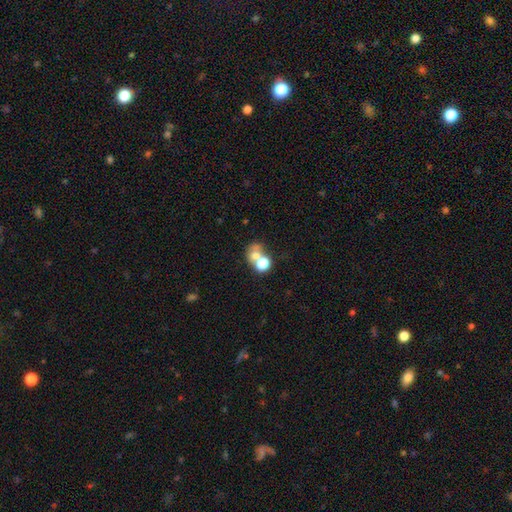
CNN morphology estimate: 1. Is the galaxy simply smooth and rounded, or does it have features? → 65% smooth, 20% featured or disk, 15% star or artifact.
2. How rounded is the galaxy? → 58% round, 41% in between, 1% cigar-shaped.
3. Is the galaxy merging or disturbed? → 56% merger, 29% none, 8% minor disturbance, 7% major disturbance.